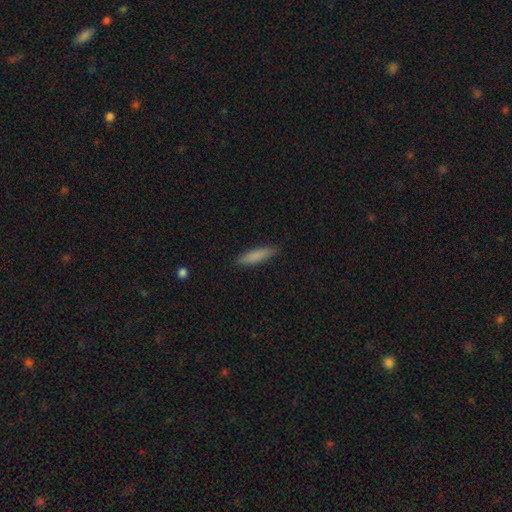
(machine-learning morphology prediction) Q: Smooth or featured?
A: smooth (84%); runner-up: featured or disk (10%)
Q: How rounded?
A: cigar-shaped (77%); runner-up: in between (21%)
Q: Merging?
A: none (88%); runner-up: minor disturbance (9%)